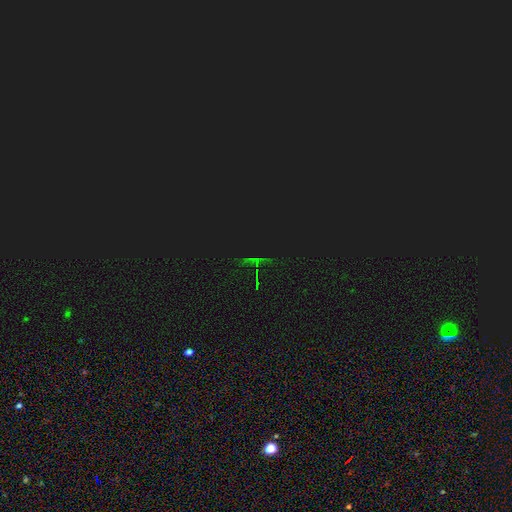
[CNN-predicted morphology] Smooth or featured? star or artifact (82%)